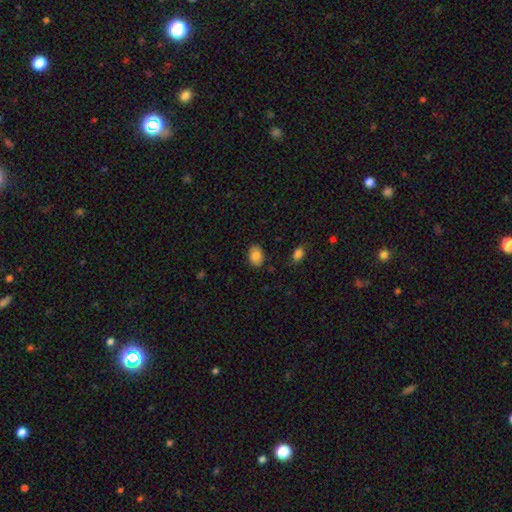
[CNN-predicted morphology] This is clearly a smooth galaxy (84%). How rounded: clearly in between (84%). Merging: clearly none (83%).